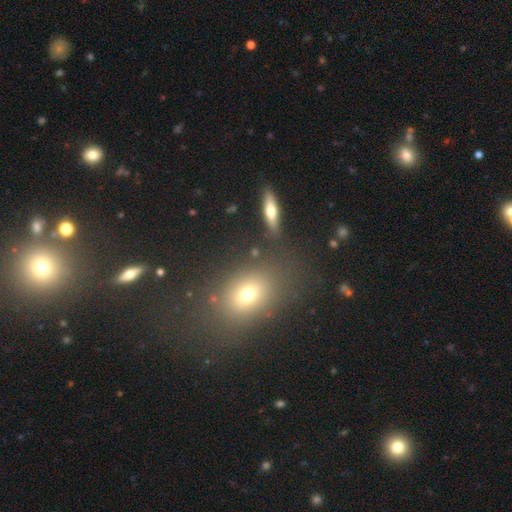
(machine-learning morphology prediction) smooth-or-featured: smooth: 60% | star or artifact: 28% | featured or disk: 12%
  how-rounded: in between: 69% | round: 27% | cigar-shaped: 3%
  merging: none: 76% | minor disturbance: 11% | merger: 7% | major disturbance: 6%